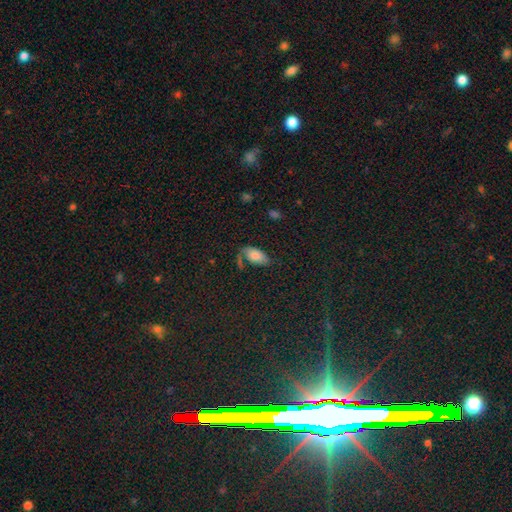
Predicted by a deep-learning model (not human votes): This is likely a smooth galaxy (76%). How rounded: clearly in between (93%). Merging: possibly none (53%).